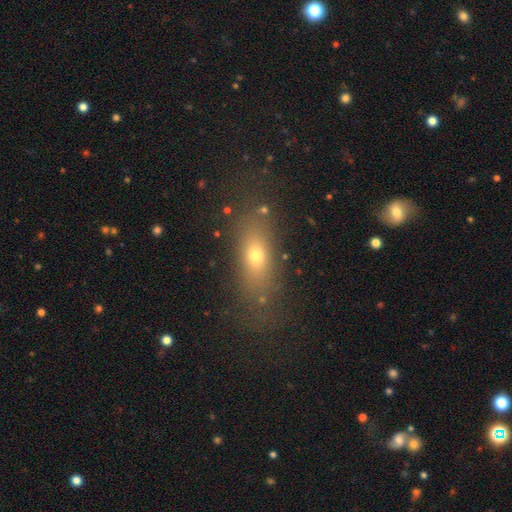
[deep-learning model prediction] The model was most divided on "how rounded": in between: 65%, cigar-shaped: 26%, round: 9%. More confident: merging — none (74%); smooth or featured — smooth (68%).